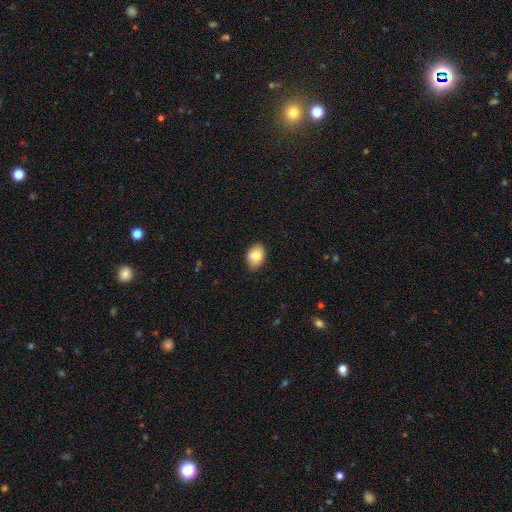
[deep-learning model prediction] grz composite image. It shows a smooth galaxy with no disk features (82%) that is in between round and cigar-shaped (78%). Merging: none (83%).